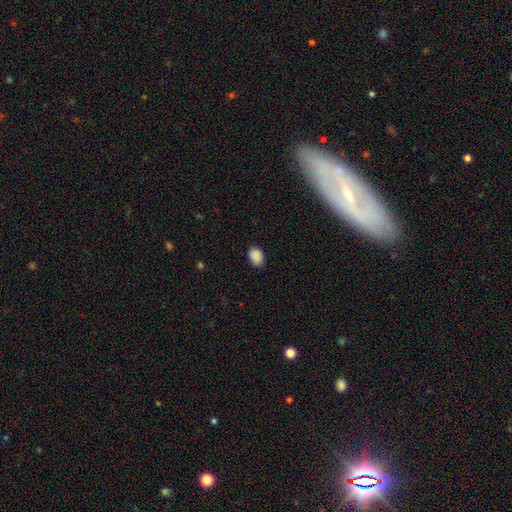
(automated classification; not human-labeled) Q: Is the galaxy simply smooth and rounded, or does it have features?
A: smooth — 88%.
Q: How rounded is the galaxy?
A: in between — 74%.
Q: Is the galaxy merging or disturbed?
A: none — 83%.